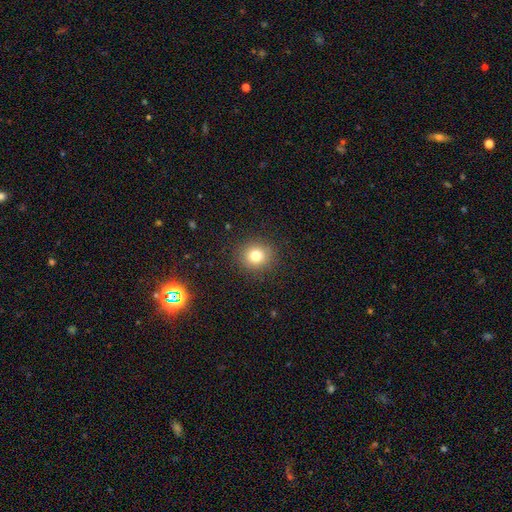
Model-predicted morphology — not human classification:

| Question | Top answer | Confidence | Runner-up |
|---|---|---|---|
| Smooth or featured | smooth | 79% | star or artifact (13%) |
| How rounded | round | 86% | in between (13%) |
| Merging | none | 89% | minor disturbance (7%) |